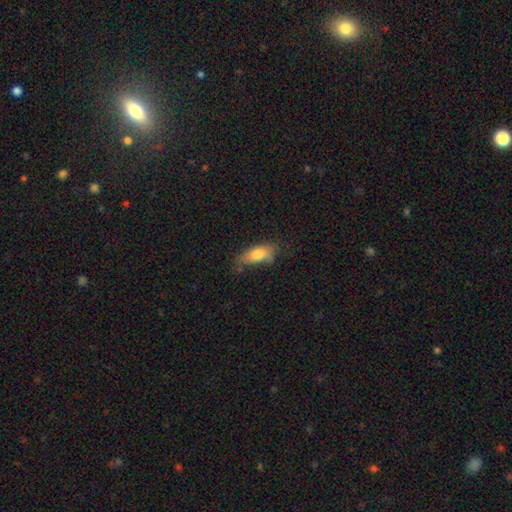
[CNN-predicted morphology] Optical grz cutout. It shows a smooth galaxy with no disk features (74%) that is in between round and cigar-shaped (76%). Merging: none (58%).